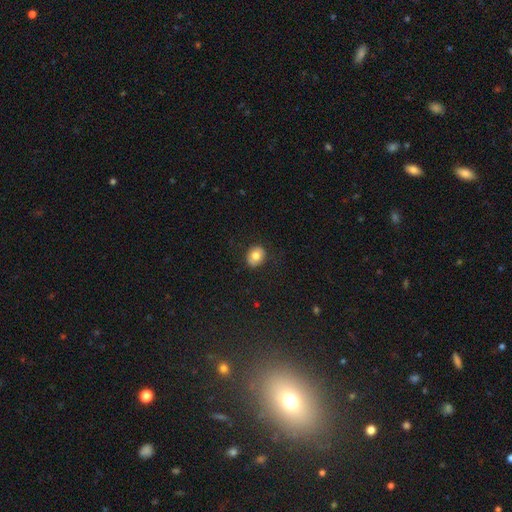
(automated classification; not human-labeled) Overall: smooth (78%). How rounded: round (54%; in between 45%). Merging: none (84%).